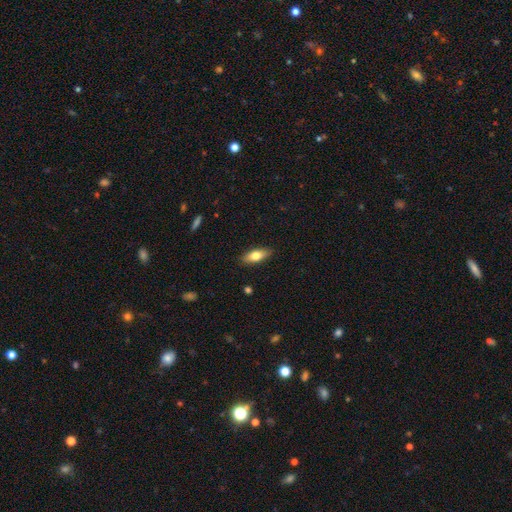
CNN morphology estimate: Overall: smooth (71%). How rounded: in between (75%). Merging: none (88%).